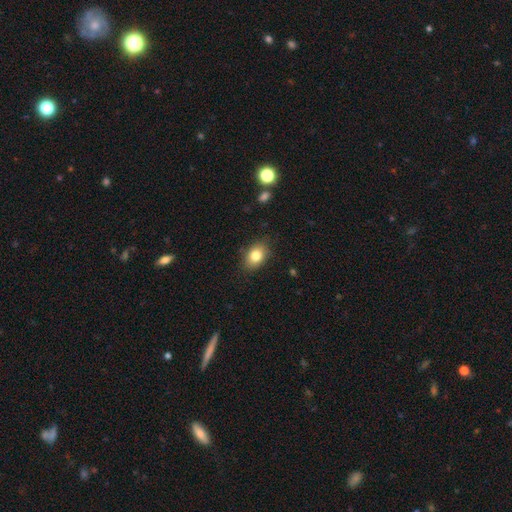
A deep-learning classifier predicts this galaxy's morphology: Smooth or featured?
  - smooth: 81% *
  - featured or disk: 9%
  - star or artifact: 9%
How rounded?
  - in between: 74% *
  - round: 25%
  - cigar-shaped: 1%
Merging?
  - none: 83% *
  - minor disturbance: 13%
  - major disturbance: 3%
  - merger: 1%